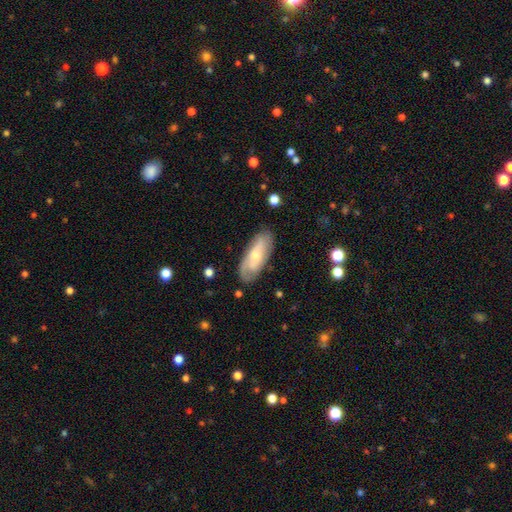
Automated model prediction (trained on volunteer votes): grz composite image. It shows a featured or disk galaxy (53%). Merging: none (76%).